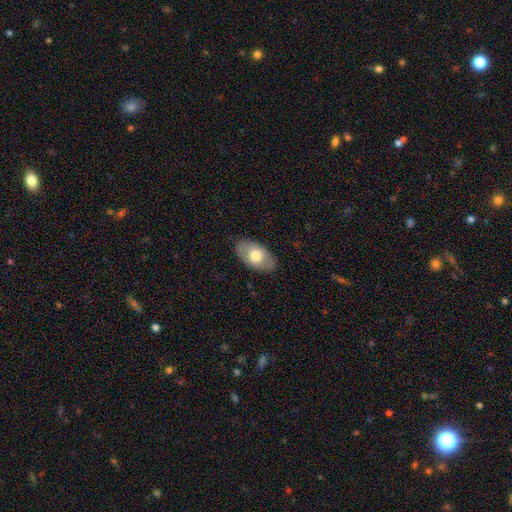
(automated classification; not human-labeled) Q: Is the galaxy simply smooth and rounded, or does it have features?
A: smooth — 62%.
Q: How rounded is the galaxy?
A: in between — 93%.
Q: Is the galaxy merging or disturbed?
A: none — 85%.